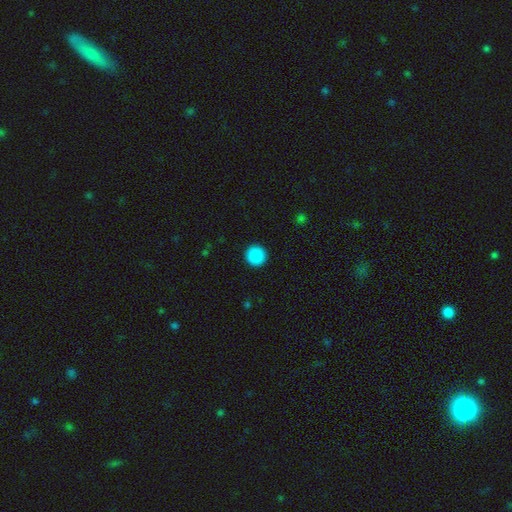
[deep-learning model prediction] smooth_or_featured: smooth (p=0.89) [alt: star or artifact p=0.09]
how_rounded: round (p=0.95) [alt: in between p=0.04]
merging: none (p=0.93) [alt: minor disturbance p=0.04]